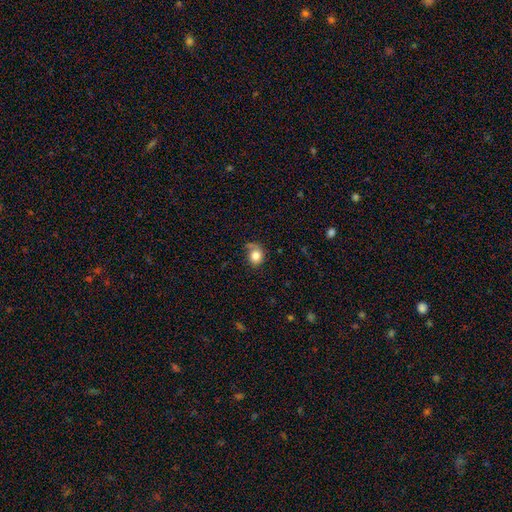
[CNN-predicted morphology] A smooth galaxy with no disk features (80%) that is round (68%).

Vote fractions:
- Smooth or featured? smooth: 80% / featured or disk: 10% / star or artifact: 10%
- How rounded? round: 68% / in between: 31% / cigar-shaped: 1%
- Merging? none: 60% / minor disturbance: 25% / major disturbance: 10% / merger: 4%